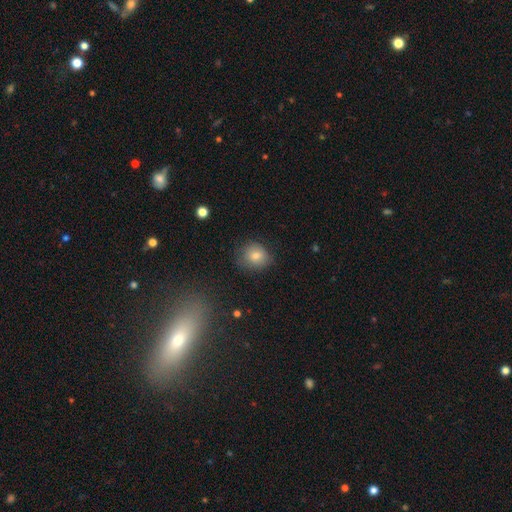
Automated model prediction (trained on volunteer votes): A smooth galaxy with no disk features (80%) that is round (71%). Merging: none (70%).